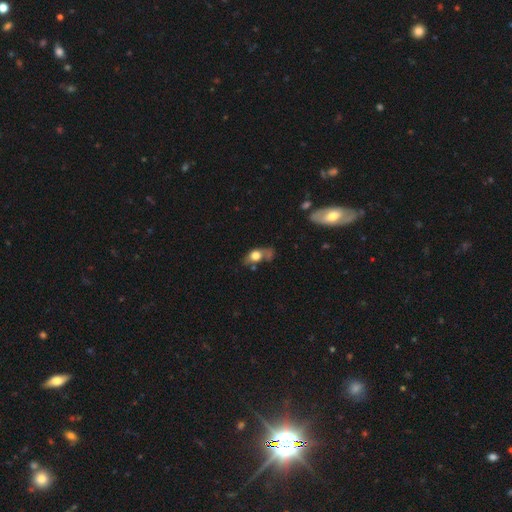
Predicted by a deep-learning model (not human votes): smooth 61%, featured or disk 29%, star or artifact 10%. Down the decision tree: how rounded — in between (70%); merging — none (38%).